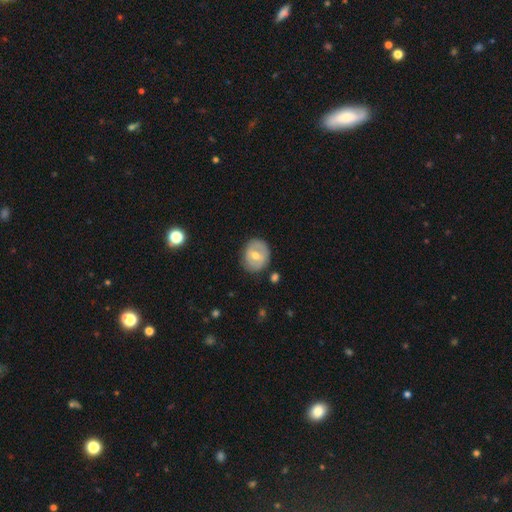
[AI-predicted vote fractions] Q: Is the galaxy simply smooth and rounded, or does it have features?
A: smooth — 50%.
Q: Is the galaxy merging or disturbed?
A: none — 76%.